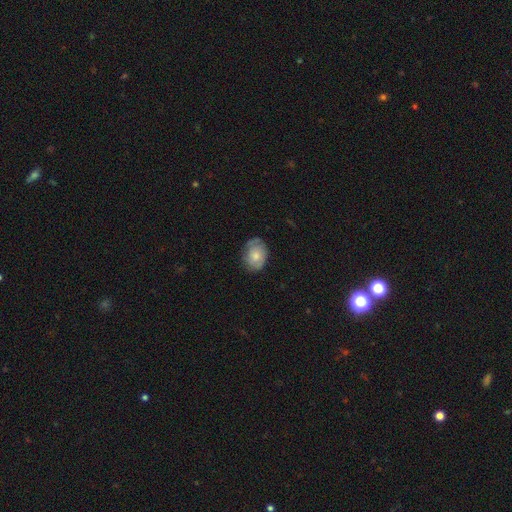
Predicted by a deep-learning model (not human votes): Morphology: type=smooth (70%); roundness=in between (64%); merging=none (64%).